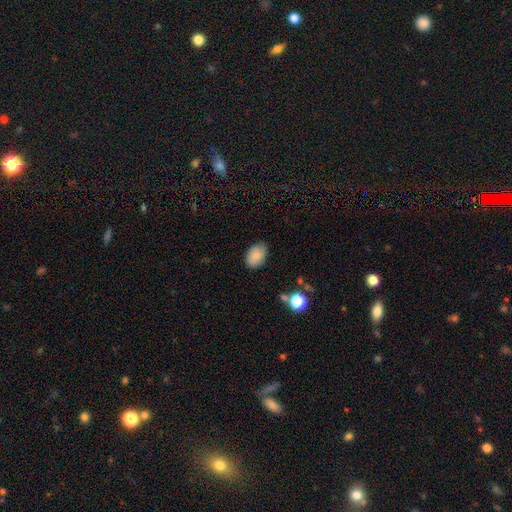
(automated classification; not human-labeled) Smooth or featured? smooth (84%)
How rounded? in between (88%)
Merging? none (80%)